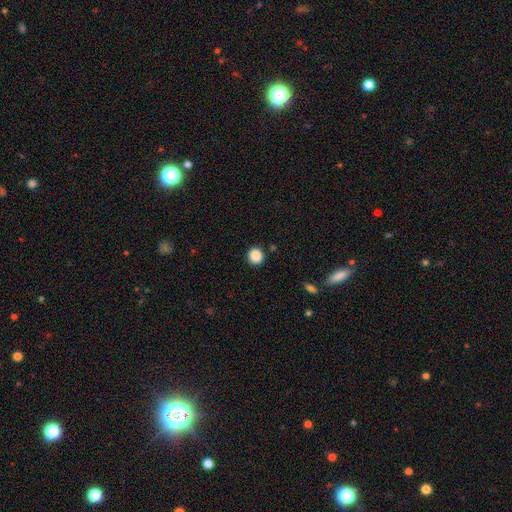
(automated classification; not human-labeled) Overall: smooth (88%). How rounded: round (89%). Merging: none (89%).